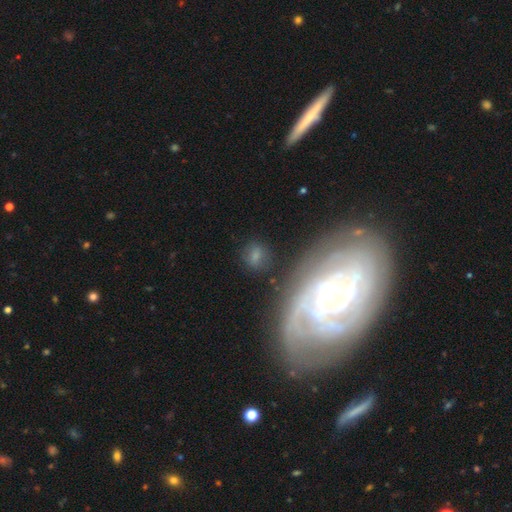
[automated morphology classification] Smooth or featured? smooth (66%)
How rounded? round (60%)
Merging? none (76%)